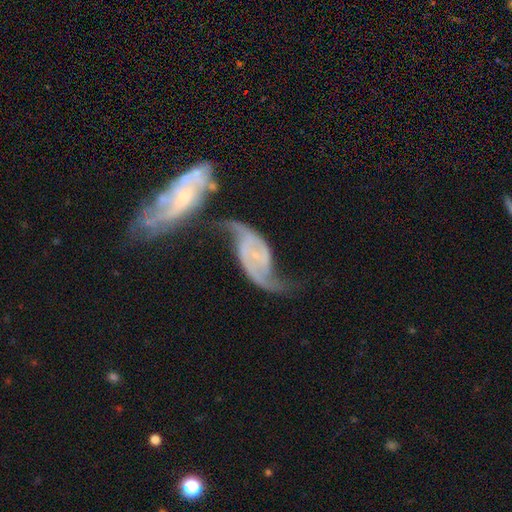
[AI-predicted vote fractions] Q: Smooth or featured?
A: featured or disk (83%); runner-up: smooth (10%)
Q: Edge-on disk?
A: no (94%); runner-up: yes (6%)
Q: Bar?
A: no (54%); runner-up: weak (34%)
Q: Spiral arms?
A: yes (92%); runner-up: no (8%)
Q: Spiral winding?
A: loose (62%); runner-up: medium (27%)
Q: Spiral arm count?
A: 2 (85%); runner-up: can't tell (6%)
Q: Bulge size?
A: small (53%); runner-up: none (34%)
Q: Merging?
A: merger (44%); runner-up: none (25%)